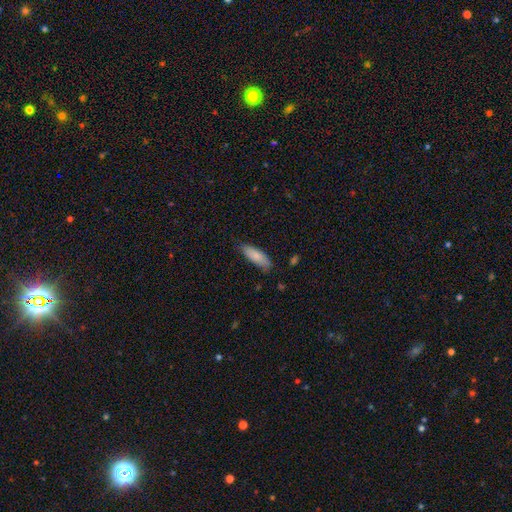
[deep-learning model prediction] smooth 84%, featured or disk 10%, star or artifact 6%. Down the decision tree: how rounded — in between (62%); merging — none (77%).